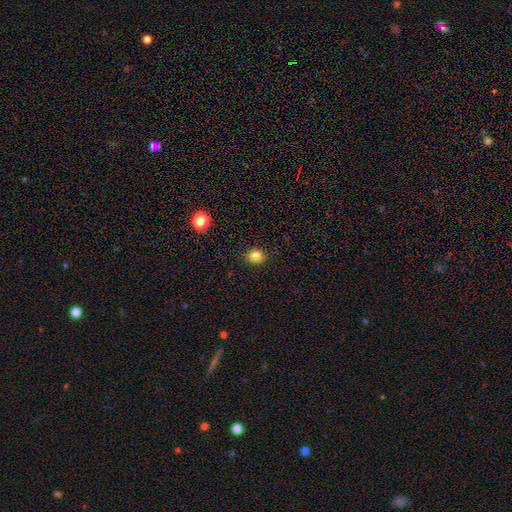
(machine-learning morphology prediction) Smooth or featured? smooth (83%)
How rounded? round (72%)
Merging? none (89%)